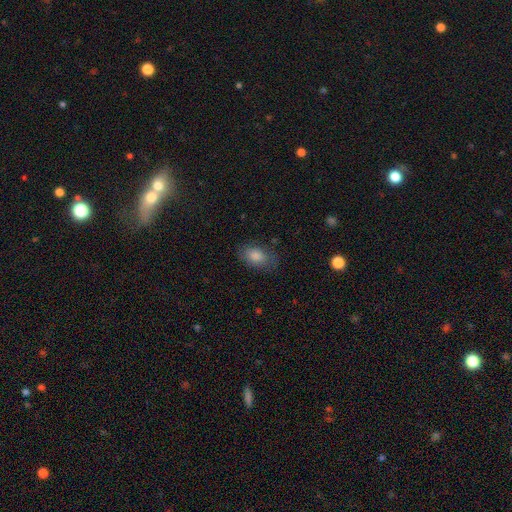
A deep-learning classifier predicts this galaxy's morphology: smooth-or-featured: smooth: 80% | featured or disk: 10% | star or artifact: 10%
  how-rounded: in between: 88% | round: 10% | cigar-shaped: 2%
  merging: none: 78% | minor disturbance: 16% | major disturbance: 5% | merger: 1%